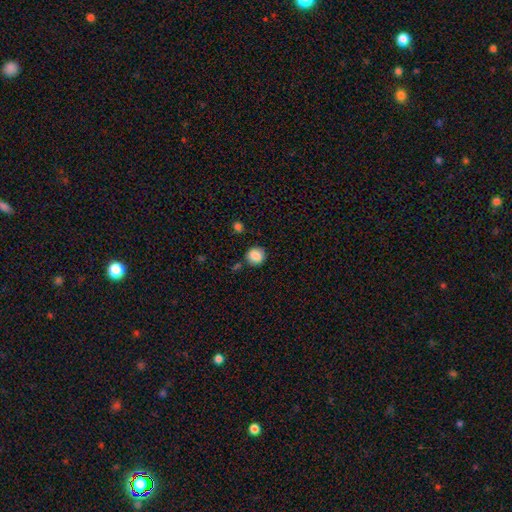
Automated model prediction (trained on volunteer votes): This appears to be a smooth galaxy with no disk features (86%) that is round (87%). Merging: none (81%).